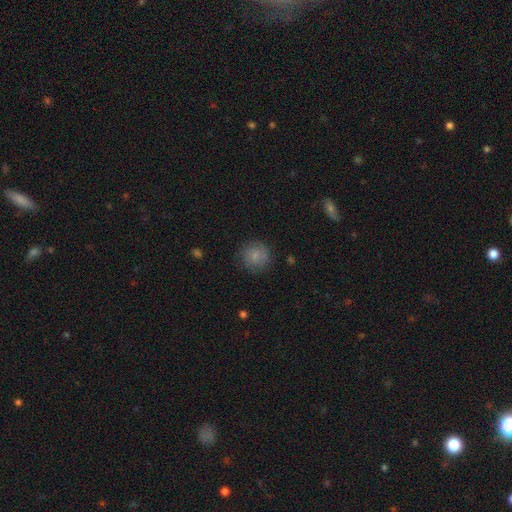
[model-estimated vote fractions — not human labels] Smooth or featured? Predicted: smooth (p=0.82). How rounded? Predicted: round (p=0.92). Merging? Predicted: none (p=0.82).